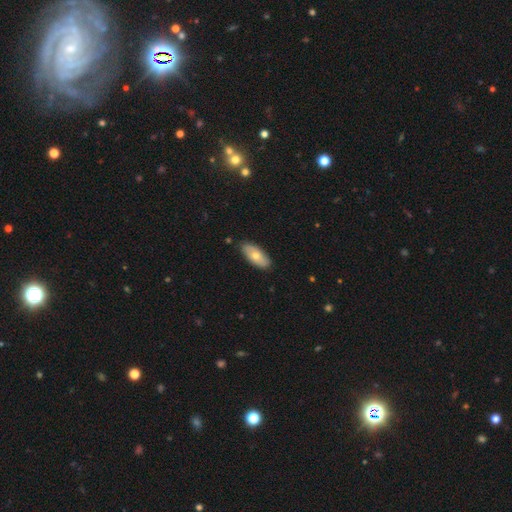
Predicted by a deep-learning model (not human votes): Smooth or featured? Predicted: smooth (p=0.66). How rounded? Predicted: in between (p=0.87). Merging? Predicted: none (p=0.86).